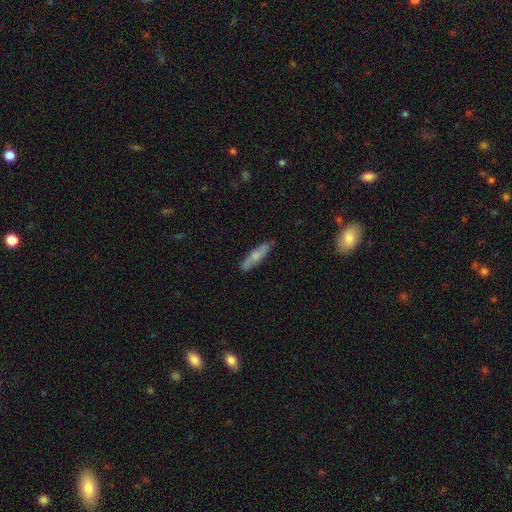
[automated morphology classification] This appears to be a smooth galaxy with no disk features (60%) that is cigar-shaped (75%). Merging: none (83%).